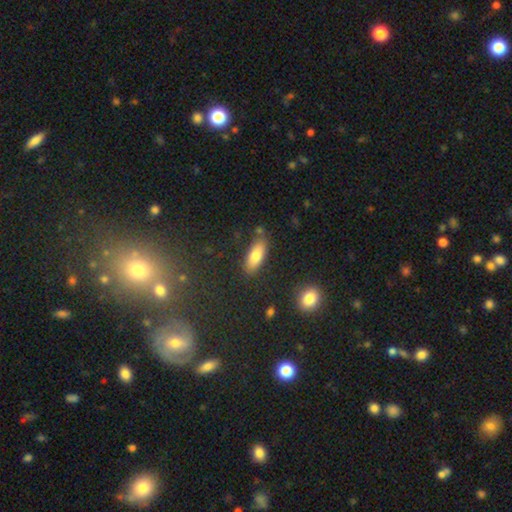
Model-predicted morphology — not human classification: A smooth galaxy with no disk features (80%) that is in between round and cigar-shaped (75%). Merging: none (80%).